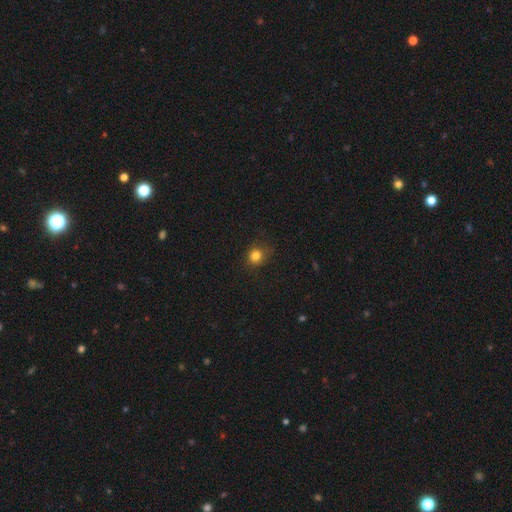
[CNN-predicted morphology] A smooth galaxy with no disk features (82%) that is round (82%). Merging: none (79%).